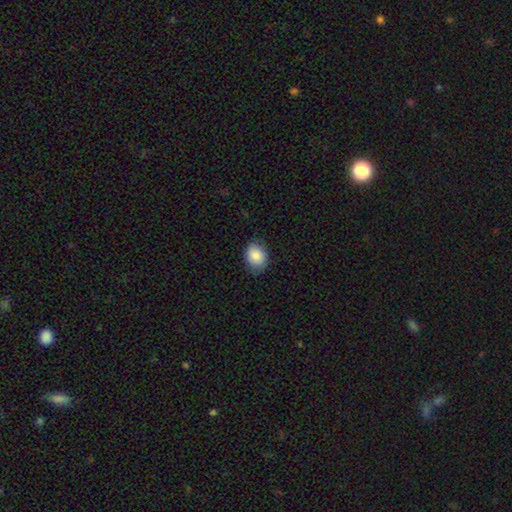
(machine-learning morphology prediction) This appears to be a smooth galaxy with no disk features (87%) that is in between round and cigar-shaped (60%). Merging: none (82%).